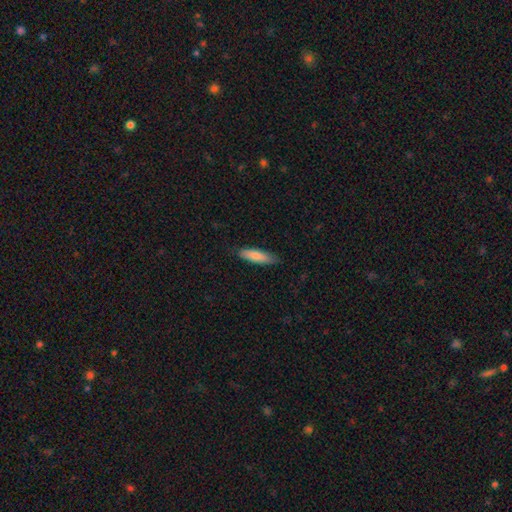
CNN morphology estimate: A smooth galaxy with no disk features (83%) that is cigar-shaped (60%). Merging: none (83%).